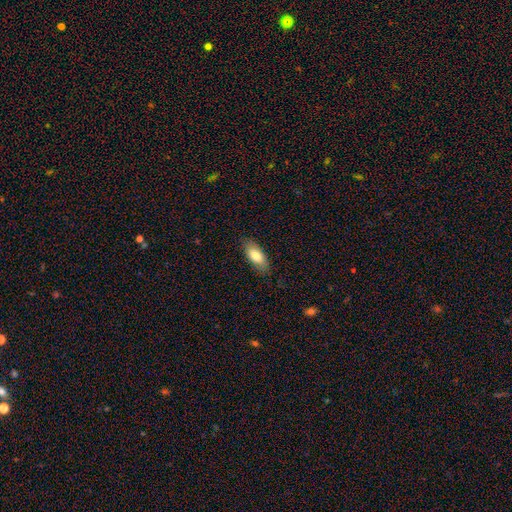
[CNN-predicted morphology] The model was most divided on "smooth or featured": smooth: 80%, featured or disk: 14%, star or artifact: 6%. More confident: merging — none (84%); how rounded — in between (83%).